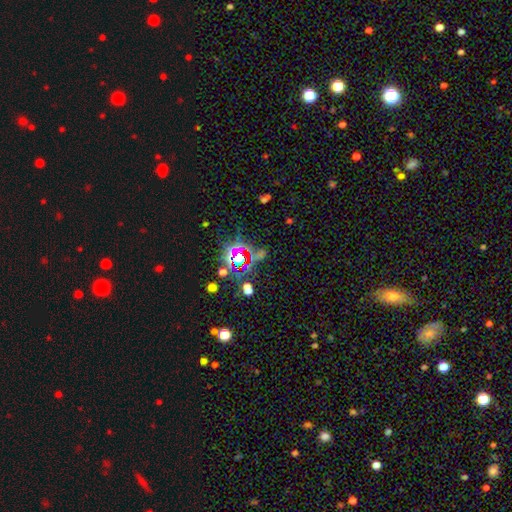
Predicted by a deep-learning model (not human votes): A star or artifact, not a galaxy (75%).

Vote fractions:
- Smooth or featured? star or artifact: 75% / smooth: 15% / featured or disk: 10%